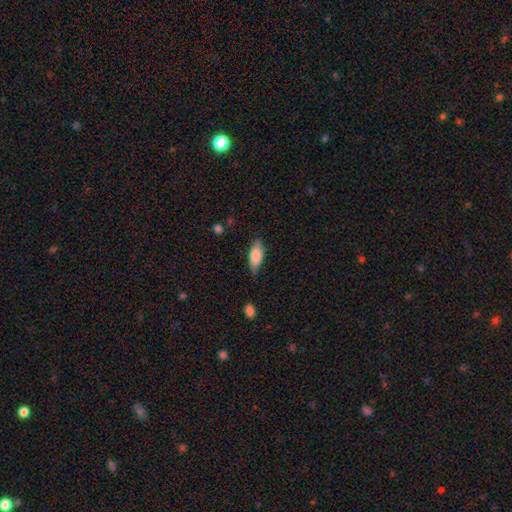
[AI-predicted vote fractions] Morphology: type=smooth (77%); roundness=in between (79%); merging=none (72%).